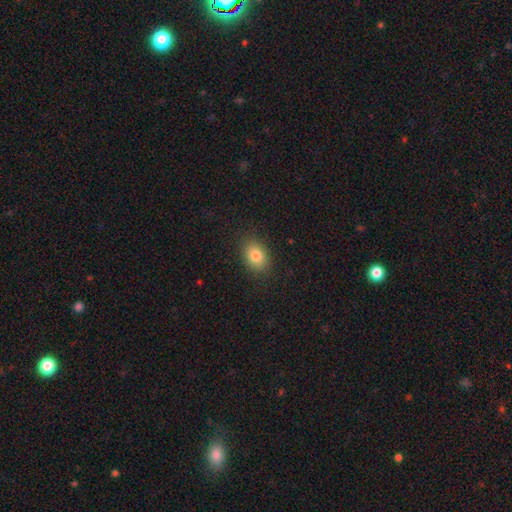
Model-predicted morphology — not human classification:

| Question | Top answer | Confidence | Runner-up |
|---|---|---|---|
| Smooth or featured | smooth | 82% | star or artifact (9%) |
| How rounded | in between | 75% | round (24%) |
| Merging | none | 86% | minor disturbance (10%) |